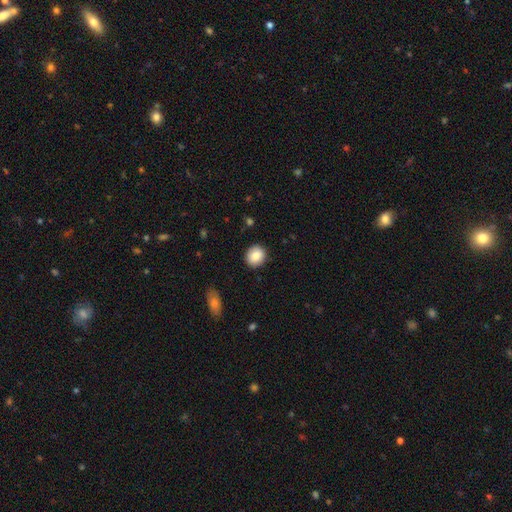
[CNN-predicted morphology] The model was most divided on "how rounded": round: 81%, in between: 18%, cigar-shaped: 1%. More confident: merging — none (89%); smooth or featured — smooth (84%).